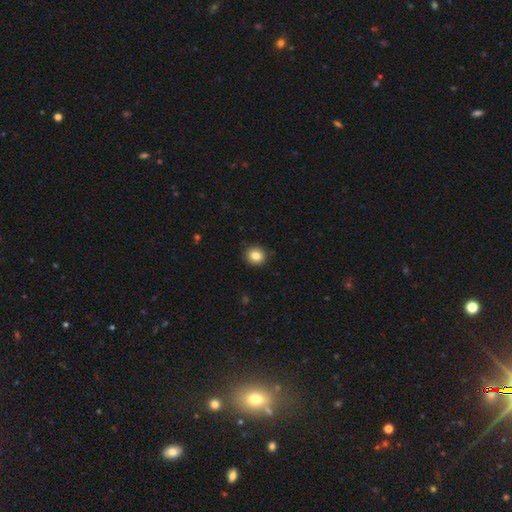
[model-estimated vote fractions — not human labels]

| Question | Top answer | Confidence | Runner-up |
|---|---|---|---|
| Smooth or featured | smooth | 84% | star or artifact (10%) |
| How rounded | round | 88% | in between (11%) |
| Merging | none | 91% | minor disturbance (6%) |